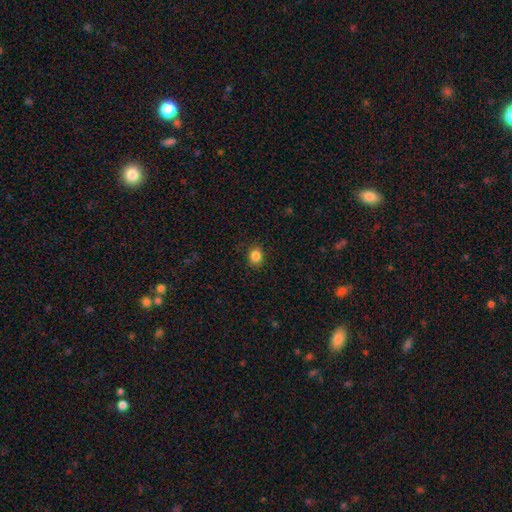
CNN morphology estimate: smooth 85%, star or artifact 11%, featured or disk 4%. Down the decision tree: how rounded — round (73%); merging — none (89%).